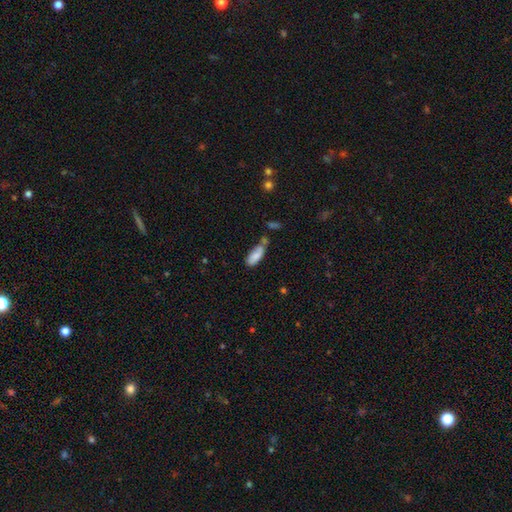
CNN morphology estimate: smooth_or_featured: smooth (p=0.82) [alt: featured or disk p=0.11]
how_rounded: in between (p=0.76) [alt: cigar-shaped p=0.22]
merging: none (p=0.47) [alt: minor disturbance p=0.24]